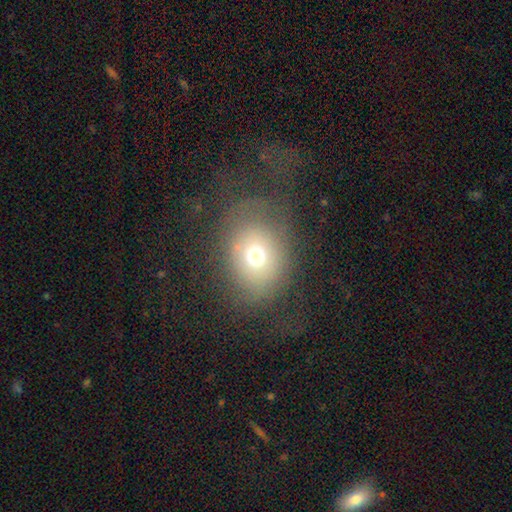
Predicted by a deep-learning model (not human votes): This appears to be a smooth galaxy with no disk features (65%) that is round (59%). Merging: none (61%).